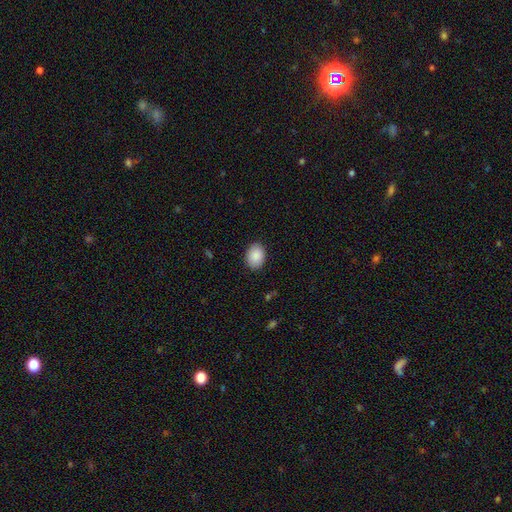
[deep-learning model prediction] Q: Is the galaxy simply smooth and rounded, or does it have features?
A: smooth — 89%.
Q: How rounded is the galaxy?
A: in between — 71%.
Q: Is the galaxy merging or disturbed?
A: none — 89%.